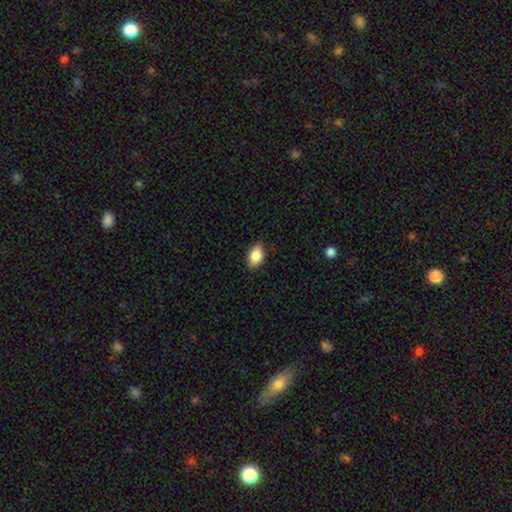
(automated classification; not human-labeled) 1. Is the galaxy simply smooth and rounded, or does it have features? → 85% smooth, 7% featured or disk, 7% star or artifact.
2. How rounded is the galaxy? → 89% in between, 9% round, 2% cigar-shaped.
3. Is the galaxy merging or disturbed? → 86% none, 11% minor disturbance, 2% major disturbance, 1% merger.